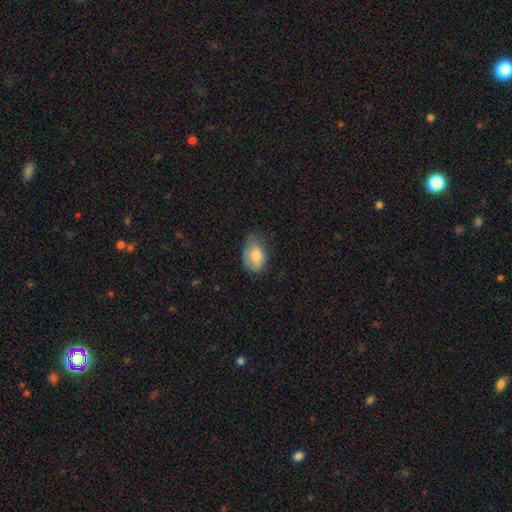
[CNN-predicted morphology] This appears to be a smooth galaxy with no disk features (79%) that is in between round and cigar-shaped (86%). Merging: none (55%).